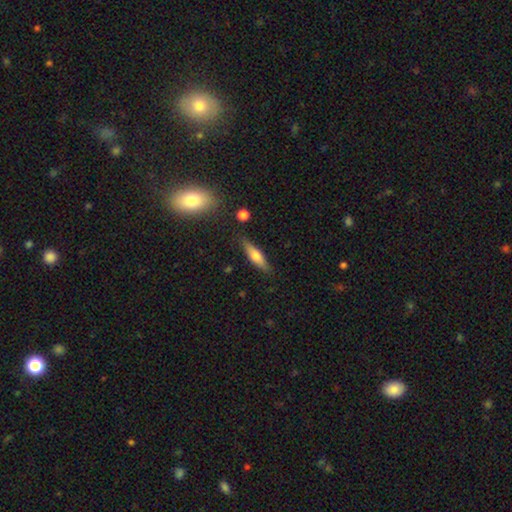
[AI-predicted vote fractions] smooth 57%, featured or disk 36%, star or artifact 7%. Down the decision tree: how rounded — cigar-shaped (63%); merging — none (82%).